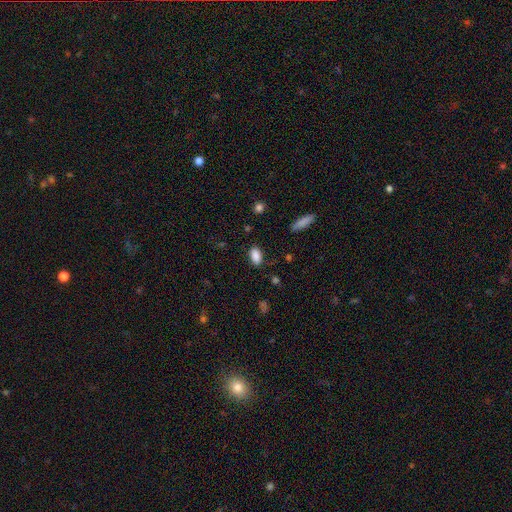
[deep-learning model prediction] smooth 87%, star or artifact 8%, featured or disk 5%. Down the decision tree: how rounded — in between (91%); merging — none (83%).